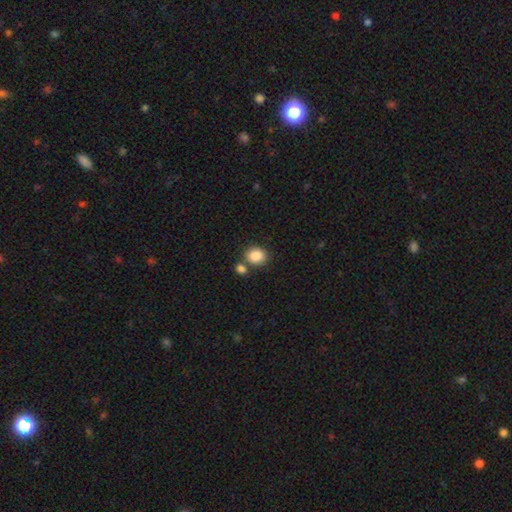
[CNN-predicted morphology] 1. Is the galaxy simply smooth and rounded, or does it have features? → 87% smooth, 8% star or artifact, 4% featured or disk.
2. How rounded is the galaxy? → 60% round, 39% in between, 1% cigar-shaped.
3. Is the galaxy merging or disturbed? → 66% none, 21% merger, 10% minor disturbance, 3% major disturbance.